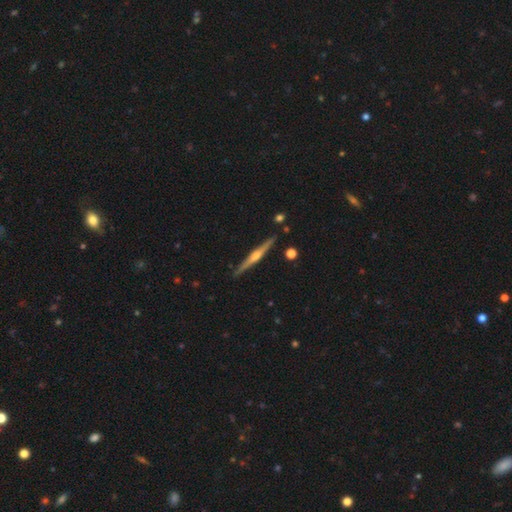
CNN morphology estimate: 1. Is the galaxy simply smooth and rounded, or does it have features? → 80% featured or disk, 15% smooth, 5% star or artifact.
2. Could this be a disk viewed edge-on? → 98% yes, 2% no.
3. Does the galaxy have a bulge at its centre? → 88% rounded, 6% none, 6% boxy.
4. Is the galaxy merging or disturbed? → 90% none, 7% minor disturbance, 2% merger, 1% major disturbance.